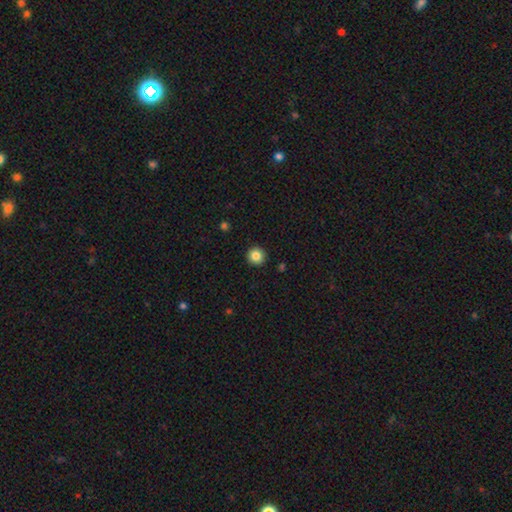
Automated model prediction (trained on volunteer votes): smooth-or-featured: smooth: 85% | star or artifact: 10% | featured or disk: 5%
  how-rounded: round: 95% | in between: 4% | cigar-shaped: 1%
  merging: none: 92% | minor disturbance: 5% | major disturbance: 2% | merger: 1%